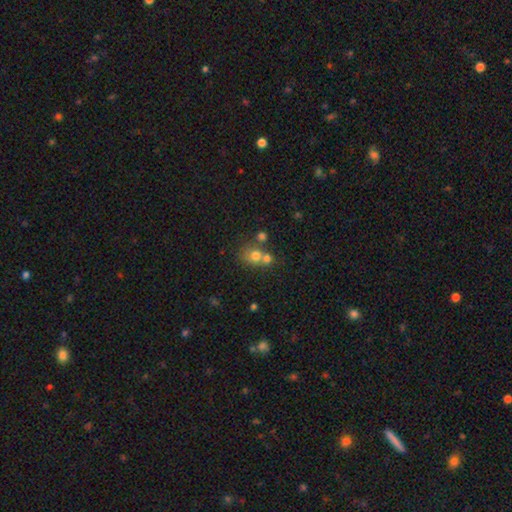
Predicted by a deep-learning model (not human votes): smooth-or-featured: smooth: 70% | star or artifact: 15% | featured or disk: 15%
  how-rounded: round: 77% | in between: 22% | cigar-shaped: 1%
  merging: merger: 48% | none: 40% | minor disturbance: 8% | major disturbance: 4%